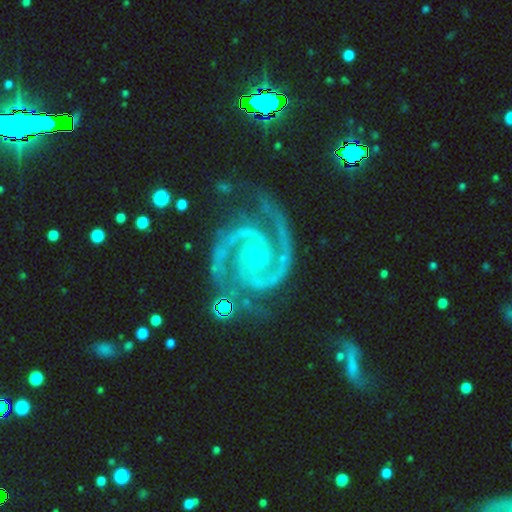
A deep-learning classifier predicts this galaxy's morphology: A featured or disk galaxy (94%) with no bar (72%), 2 (92%) tight (56%) spiral arms (99%) and a small central bulge (85%). Merging: none (71%).